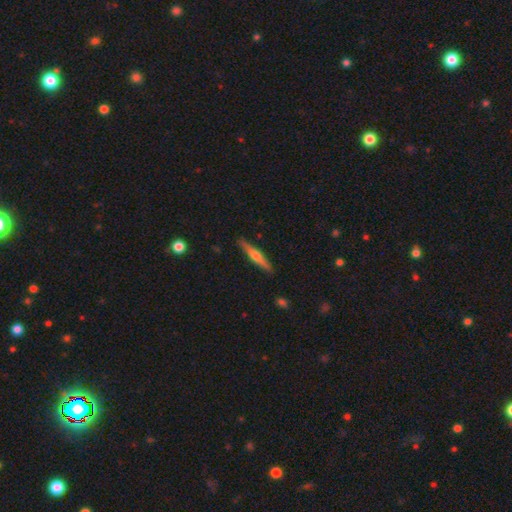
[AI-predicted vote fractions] Smooth or featured?
  - featured or disk: 61% *
  - smooth: 34%
  - star or artifact: 6%
Edge-on disk?
  - yes: 96% *
  - no: 4%
Edge-on bulge?
  - rounded: 88% *
  - none: 7%
  - boxy: 5%
Merging?
  - none: 89% *
  - minor disturbance: 8%
  - major disturbance: 2%
  - merger: 1%